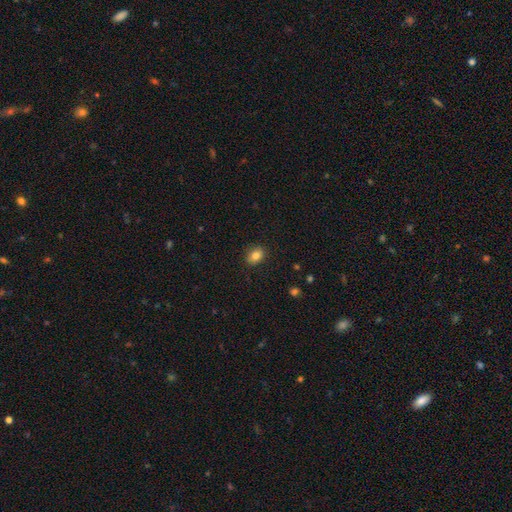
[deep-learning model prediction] This appears to be a smooth galaxy with no disk features (82%) that is in between round and cigar-shaped (68%). Merging: none (88%).